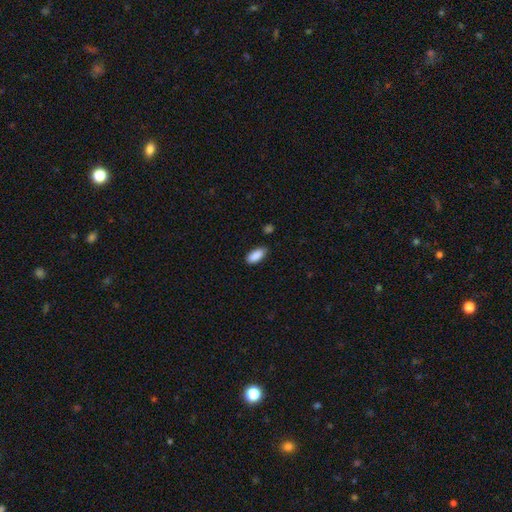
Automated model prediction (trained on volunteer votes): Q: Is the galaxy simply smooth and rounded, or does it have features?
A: smooth — 89%.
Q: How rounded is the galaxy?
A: in between — 88%.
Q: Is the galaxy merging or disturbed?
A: none — 78%.